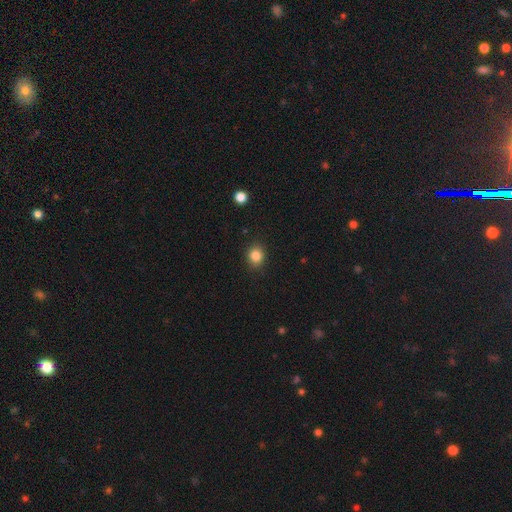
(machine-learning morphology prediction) Smooth or featured? smooth (84%)
How rounded? round (70%)
Merging? none (88%)